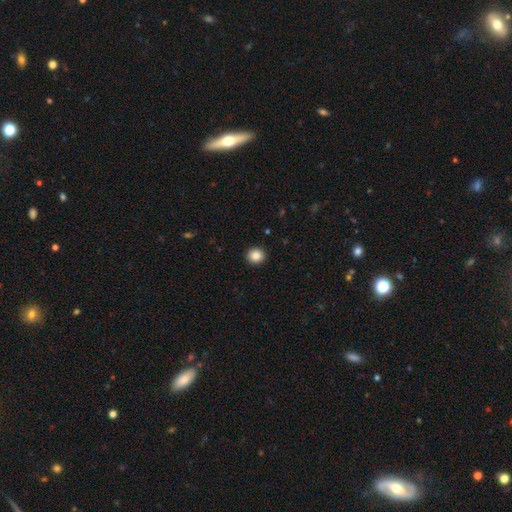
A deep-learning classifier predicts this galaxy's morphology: Overall: smooth (87%). How rounded: round (88%). Merging: none (93%).